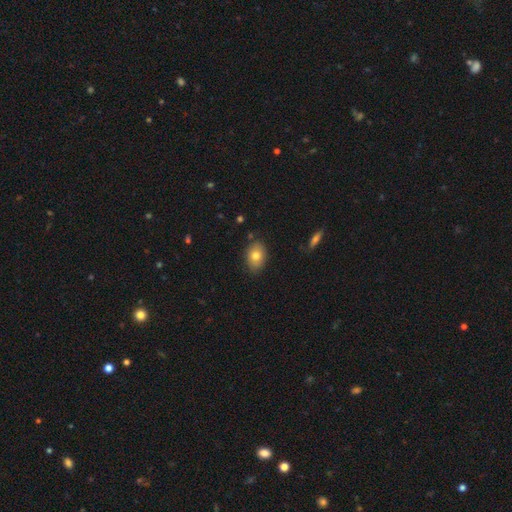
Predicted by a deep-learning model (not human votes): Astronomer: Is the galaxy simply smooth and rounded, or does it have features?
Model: smooth — 78%.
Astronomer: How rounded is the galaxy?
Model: in between — 78%.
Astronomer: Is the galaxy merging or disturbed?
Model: none — 82%.